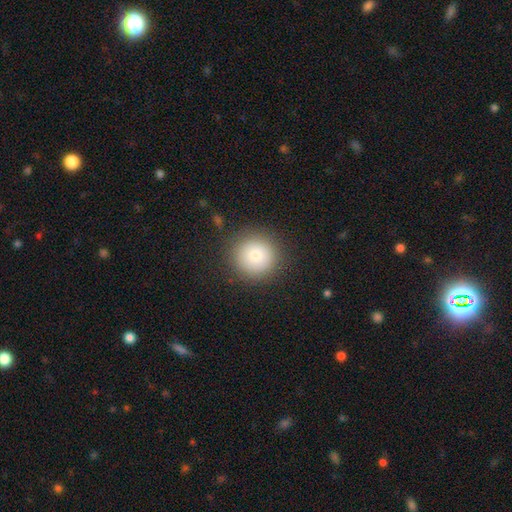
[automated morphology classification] The model was most divided on "smooth or featured": smooth: 79%, star or artifact: 11%, featured or disk: 10%. More confident: how rounded — round (95%); merging — none (88%).